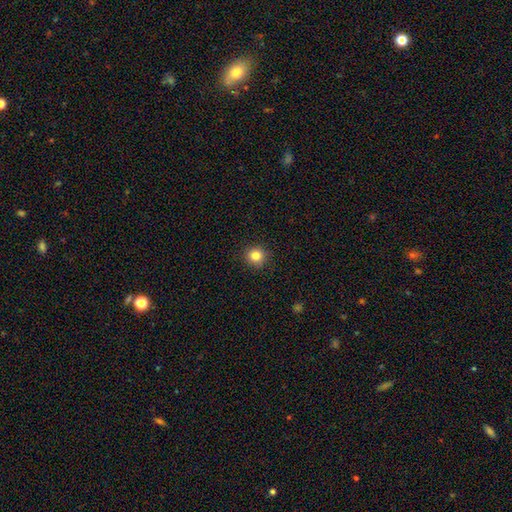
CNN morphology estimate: The model was most divided on "smooth or featured": smooth: 83%, star or artifact: 12%, featured or disk: 6%. More confident: how rounded — round (93%); merging — none (91%).